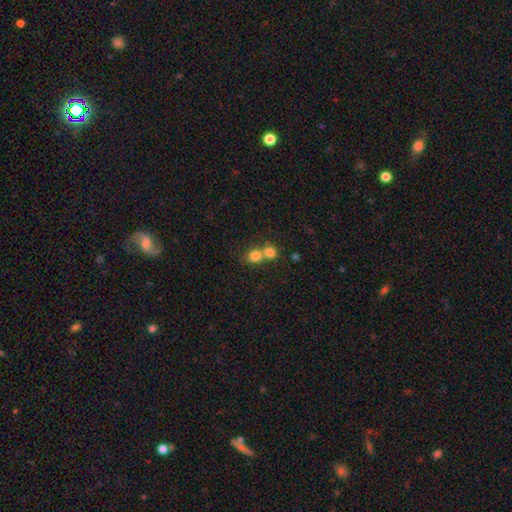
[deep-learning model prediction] smooth_or_featured: smooth (p=0.79) [alt: star or artifact p=0.12]
how_rounded: round (p=0.79) [alt: in between p=0.20]
merging: merger (p=0.55) [alt: none p=0.37]